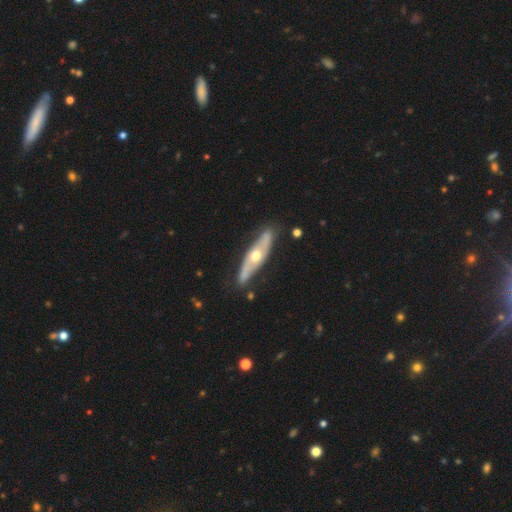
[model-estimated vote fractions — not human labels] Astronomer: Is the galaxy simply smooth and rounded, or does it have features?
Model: featured or disk — 68%.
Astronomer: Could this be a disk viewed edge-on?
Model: yes — 53% (runner-up: no, 47%).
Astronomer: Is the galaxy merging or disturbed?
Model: none — 82%.